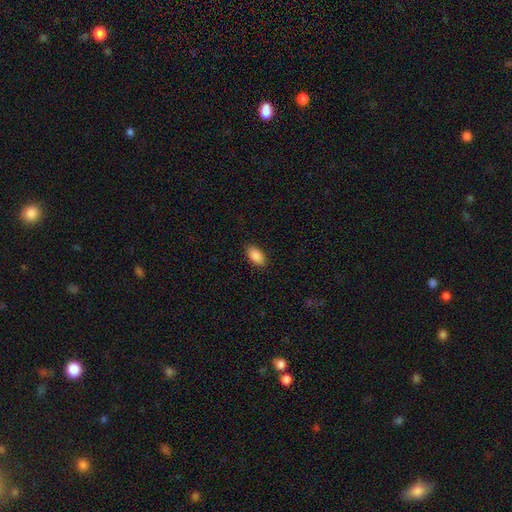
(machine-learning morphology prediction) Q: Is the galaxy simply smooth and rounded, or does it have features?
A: smooth — 89%.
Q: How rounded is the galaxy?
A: in between — 93%.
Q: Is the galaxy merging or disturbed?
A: none — 88%.